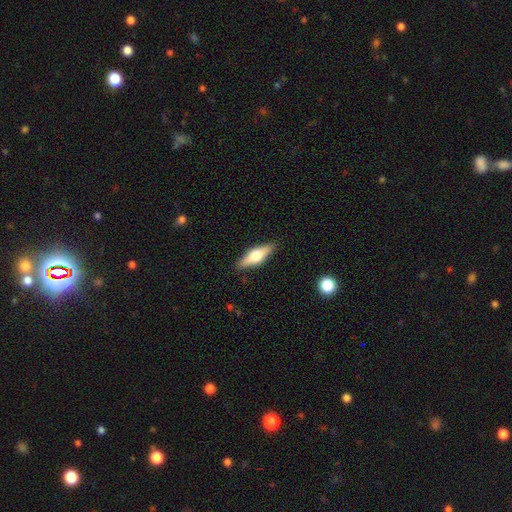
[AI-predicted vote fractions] featured or disk 49%, smooth 45%, star or artifact 6%. Down the decision tree: merging — none (88%).